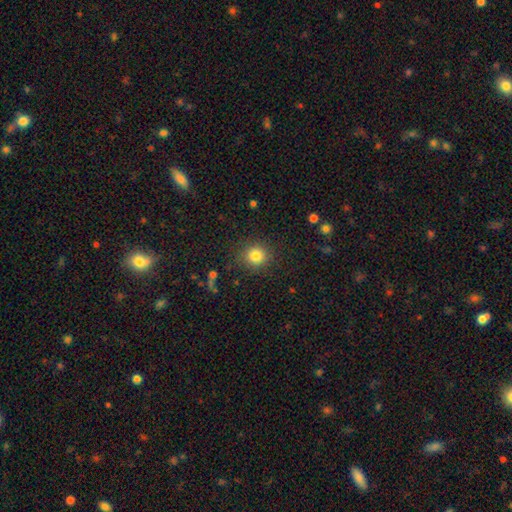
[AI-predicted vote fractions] Overall: smooth (82%). How rounded: round (89%). Merging: none (87%).